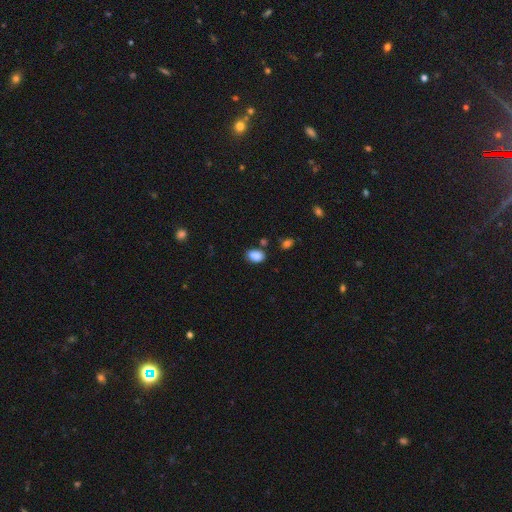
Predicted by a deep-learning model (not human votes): A smooth galaxy with no disk features (87%) that is in between round and cigar-shaped (85%).

Vote fractions:
- Smooth or featured? smooth: 87% / star or artifact: 9% / featured or disk: 4%
- How rounded? in between: 85% / round: 13% / cigar-shaped: 1%
- Merging? none: 76% / minor disturbance: 15% / merger: 6% / major disturbance: 3%